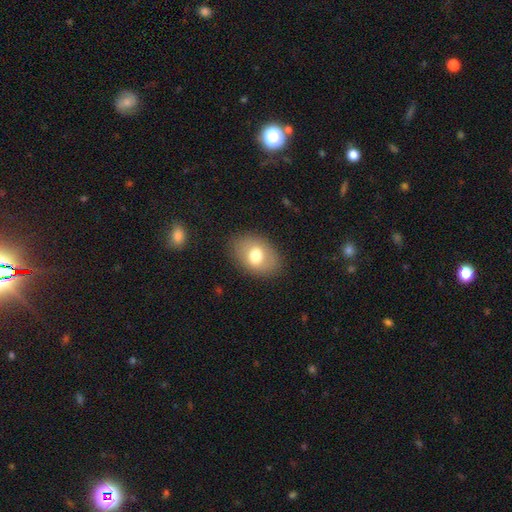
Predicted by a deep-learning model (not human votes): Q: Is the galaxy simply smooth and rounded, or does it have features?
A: smooth — 71%.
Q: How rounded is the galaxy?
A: in between — 79%.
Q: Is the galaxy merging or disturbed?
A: none — 83%.